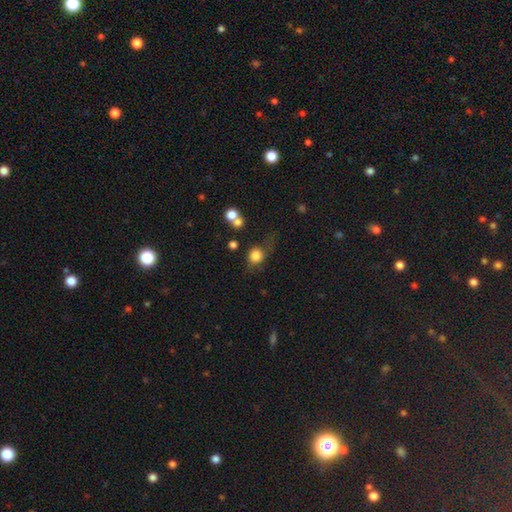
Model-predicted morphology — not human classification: Overall: smooth (80%). How rounded: round (77%). Merging: none (49%; minor disturbance 24%).